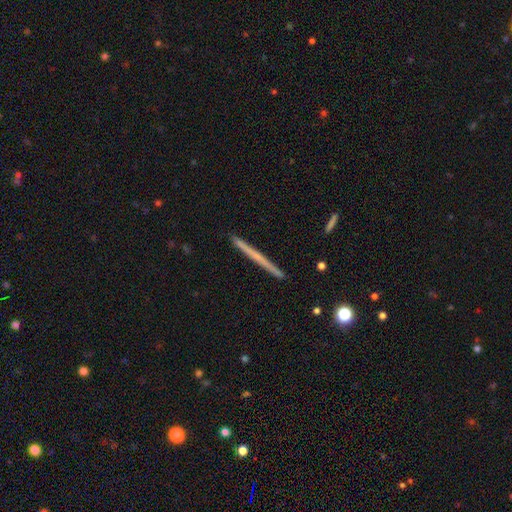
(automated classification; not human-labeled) Overall: featured or disk (49%; smooth 46%). Merging: none (92%).